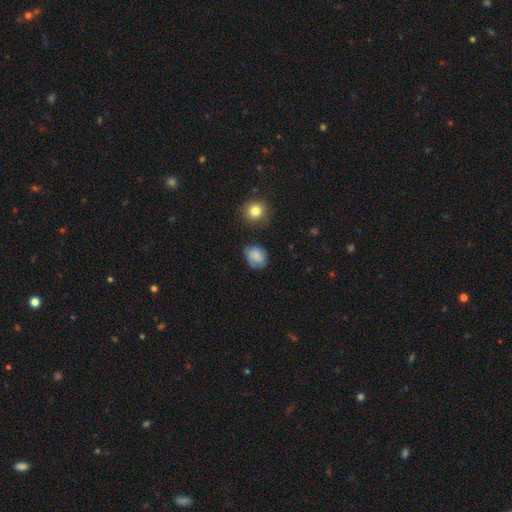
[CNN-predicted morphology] Overall: smooth (66%). How rounded: in between (55%; round 44%). Merging: none (67%).